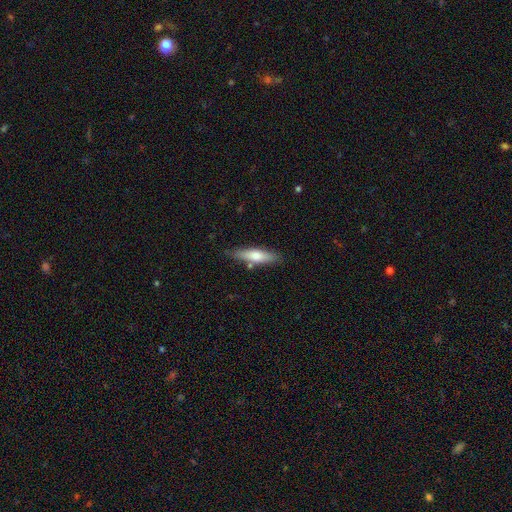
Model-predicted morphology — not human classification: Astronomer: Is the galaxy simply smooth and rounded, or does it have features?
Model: smooth — 63%.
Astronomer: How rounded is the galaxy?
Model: cigar-shaped — 68%.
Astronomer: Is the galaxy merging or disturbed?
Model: none — 80%.